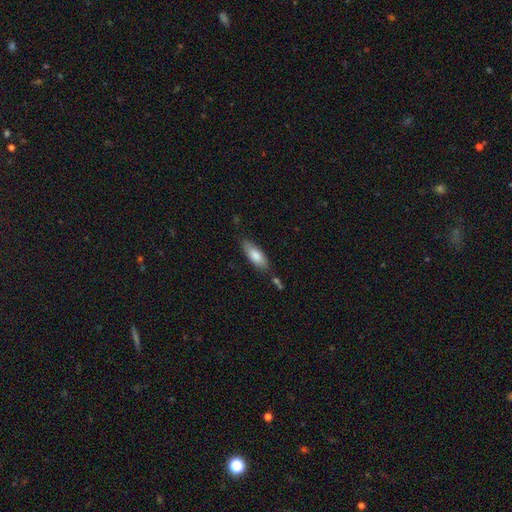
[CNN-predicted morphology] Smooth or featured? smooth (80%)
How rounded? in between (69%)
Merging? none (75%)